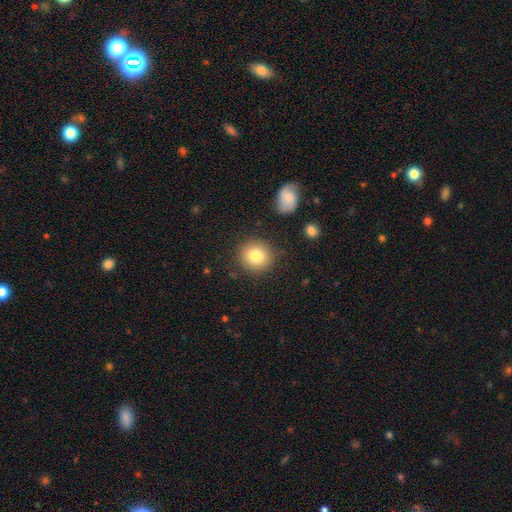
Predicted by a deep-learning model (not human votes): smooth-or-featured: smooth: 80% | star or artifact: 10% | featured or disk: 10%
  how-rounded: round: 90% | in between: 9% | cigar-shaped: 1%
  merging: none: 87% | minor disturbance: 8% | major disturbance: 3% | merger: 2%